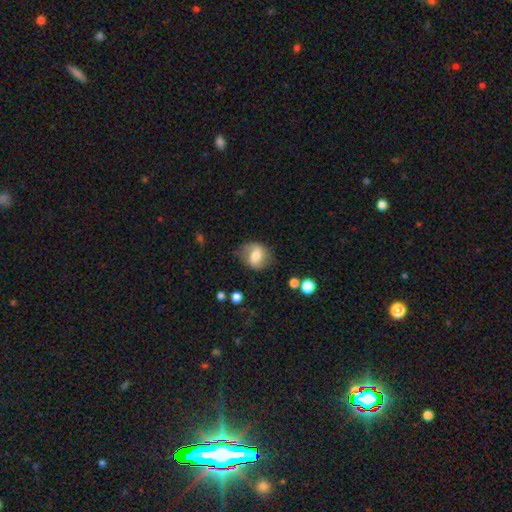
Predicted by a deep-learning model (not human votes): smooth-or-featured: smooth: 56% | featured or disk: 35% | star or artifact: 8%
  how-rounded: round: 61% | in between: 38% | cigar-shaped: 1%
  merging: none: 65% | minor disturbance: 23% | major disturbance: 10% | merger: 2%